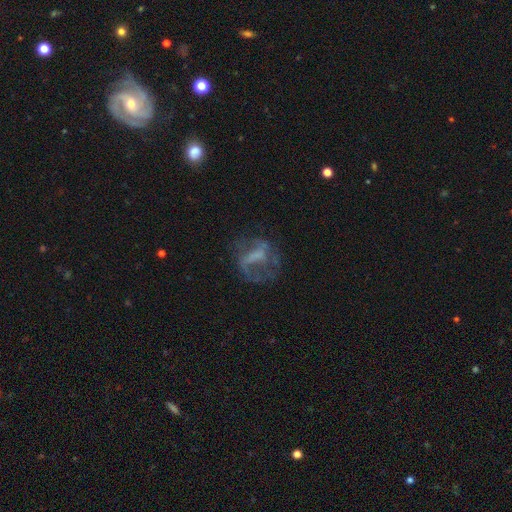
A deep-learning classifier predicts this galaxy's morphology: Overall: featured or disk (58%; smooth 27%). Edge-on disk: no (95%). Bar: no (40%; weak 34%). Spiral arms: no (58%; yes 42%). Bulge size: none (56%; small 20%). Merging: none (46%; major disturbance 33%).